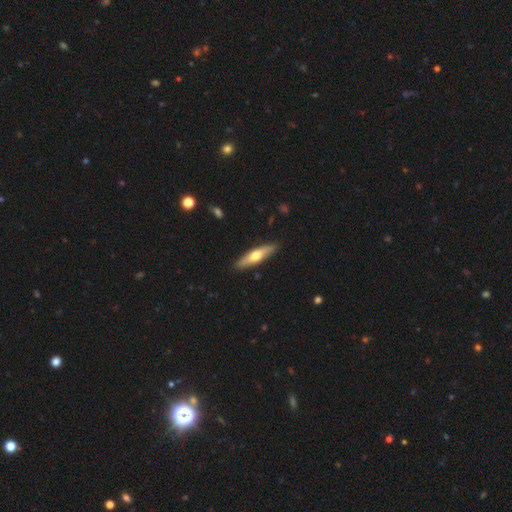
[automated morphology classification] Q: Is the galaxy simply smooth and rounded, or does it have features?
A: smooth — 51%.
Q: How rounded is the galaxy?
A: cigar-shaped — 76%.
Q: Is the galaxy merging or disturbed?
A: none — 89%.